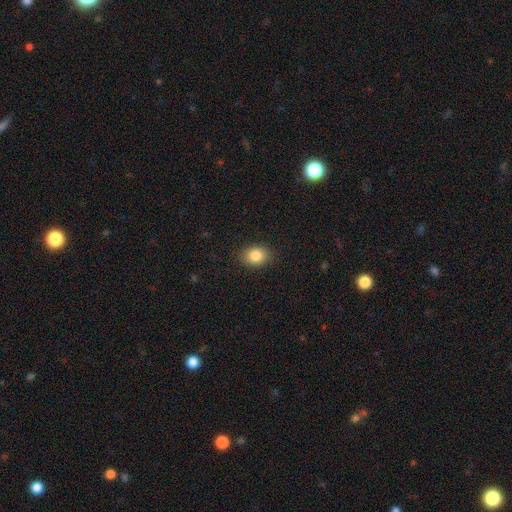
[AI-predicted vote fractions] smooth 84%, star or artifact 9%, featured or disk 6%. Down the decision tree: how rounded — in between (62%); merging — none (88%).